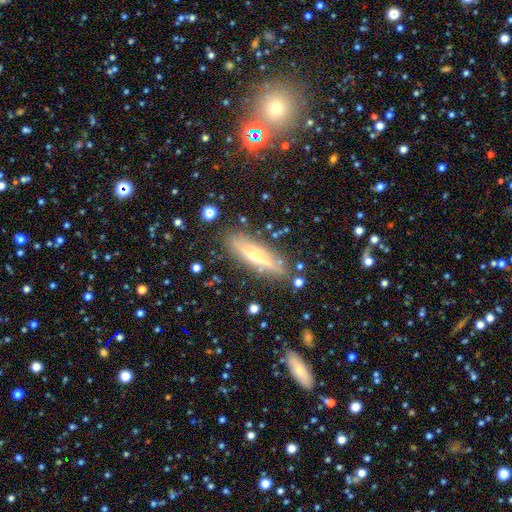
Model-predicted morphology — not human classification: type=featured or disk (61%); edge-on=yes (86%); edge-on bulge=rounded (81%); merging=none (82%).